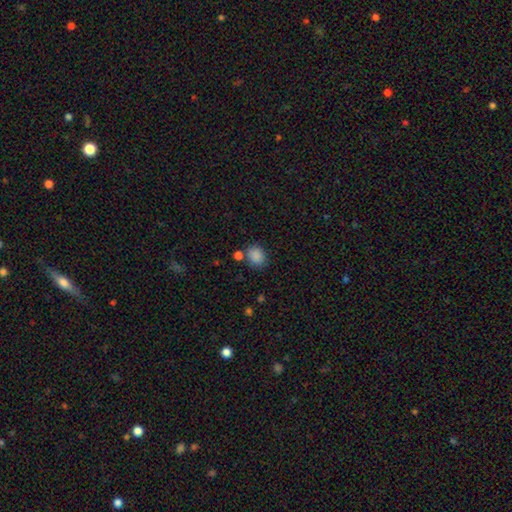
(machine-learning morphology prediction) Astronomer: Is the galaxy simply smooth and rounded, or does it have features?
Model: smooth — 86%.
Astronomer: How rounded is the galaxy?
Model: round — 54% (runner-up: in between, 45%).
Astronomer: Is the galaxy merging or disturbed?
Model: none — 74%.